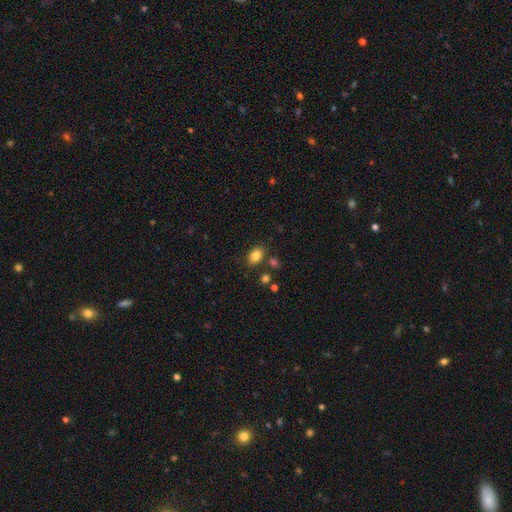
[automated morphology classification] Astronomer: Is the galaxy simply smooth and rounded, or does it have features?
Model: smooth — 84%.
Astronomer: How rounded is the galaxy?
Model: in between — 75%.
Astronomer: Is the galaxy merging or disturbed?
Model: none — 78%.